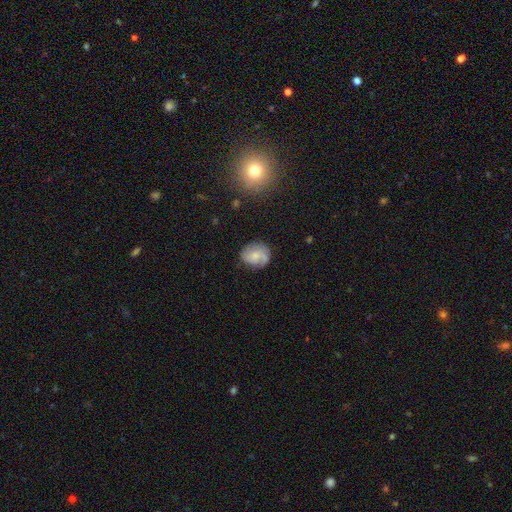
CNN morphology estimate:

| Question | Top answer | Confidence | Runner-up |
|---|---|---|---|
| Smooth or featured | smooth | 46% | tied: featured or disk (46%) |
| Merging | none | 70% | minor disturbance (21%) |